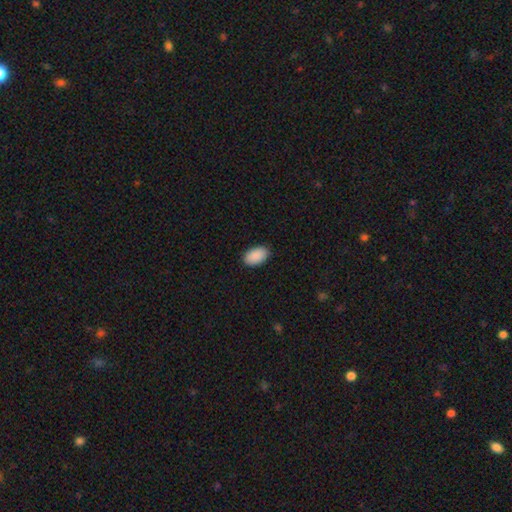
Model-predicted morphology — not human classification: smooth_or_featured: smooth (p=0.91) [alt: star or artifact p=0.06]
how_rounded: in between (p=0.94) [alt: round p=0.05]
merging: none (p=0.89) [alt: minor disturbance p=0.08]